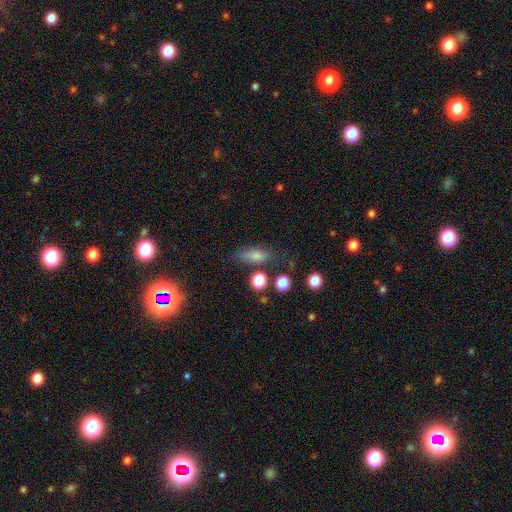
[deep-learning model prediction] Q: Smooth or featured?
A: smooth (68%); runner-up: star or artifact (17%)
Q: How rounded?
A: in between (62%); runner-up: cigar-shaped (29%)
Q: Merging?
A: none (69%); runner-up: minor disturbance (18%)